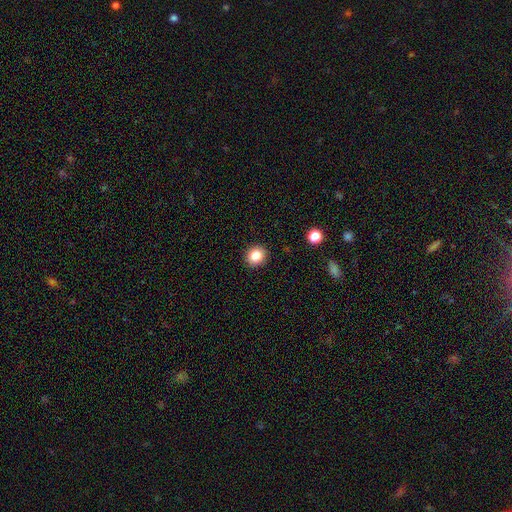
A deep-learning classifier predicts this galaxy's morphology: Smooth or featured? smooth (83%)
How rounded? round (81%)
Merging? none (91%)